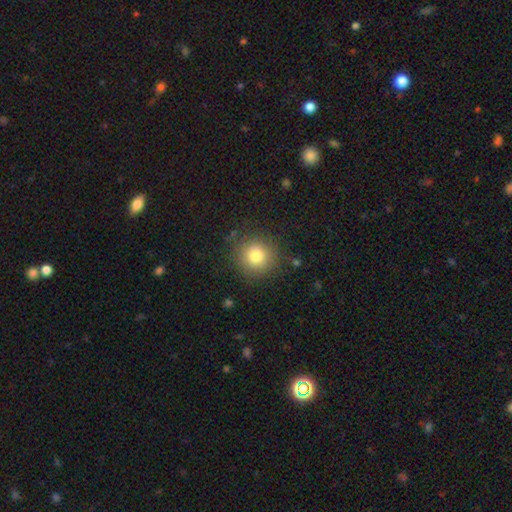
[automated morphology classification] Q: Smooth or featured?
A: smooth (80%); runner-up: star or artifact (12%)
Q: How rounded?
A: round (93%); runner-up: in between (6%)
Q: Merging?
A: none (86%); runner-up: minor disturbance (9%)